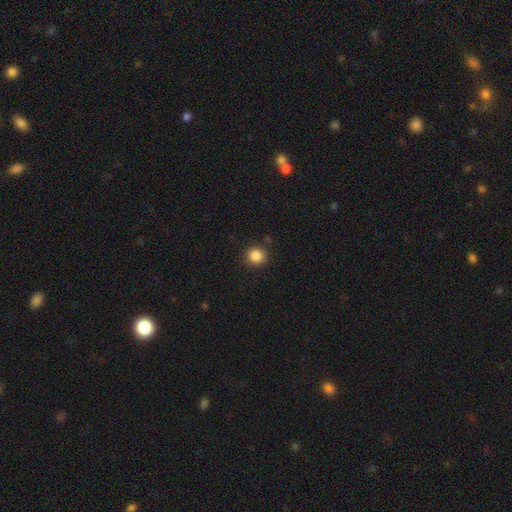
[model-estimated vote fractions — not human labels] A smooth galaxy with no disk features (86%) that is round (92%).

Vote fractions:
- Smooth or featured? smooth: 86% / star or artifact: 11% / featured or disk: 3%
- How rounded? round: 92% / in between: 7% / cigar-shaped: 1%
- Merging? none: 89% / minor disturbance: 7% / major disturbance: 2% / merger: 2%